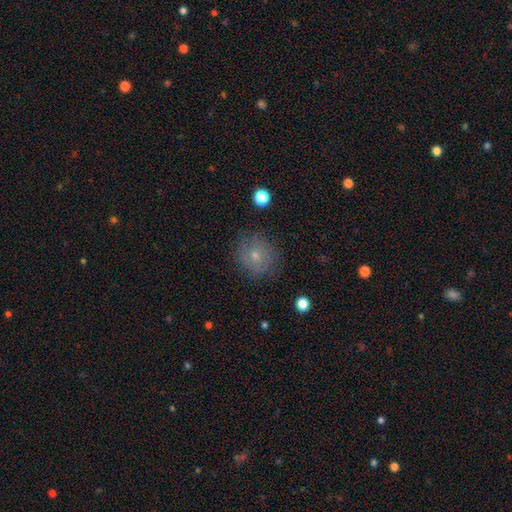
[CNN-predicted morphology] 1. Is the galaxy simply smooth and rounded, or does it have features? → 63% smooth, 25% featured or disk, 12% star or artifact.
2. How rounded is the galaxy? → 87% round, 12% in between, 1% cigar-shaped.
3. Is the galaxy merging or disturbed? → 78% none, 16% minor disturbance, 5% major disturbance, 1% merger.